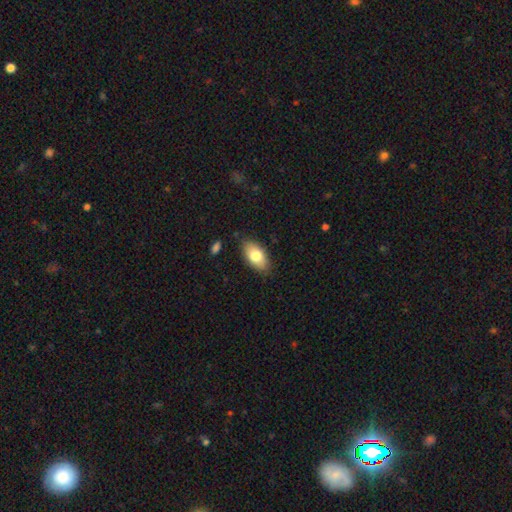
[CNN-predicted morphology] Smooth or featured?
  - smooth: 78% *
  - featured or disk: 15%
  - star or artifact: 7%
How rounded?
  - in between: 92% *
  - cigar-shaped: 4%
  - round: 4%
Merging?
  - none: 84% *
  - minor disturbance: 12%
  - major disturbance: 2%
  - merger: 2%